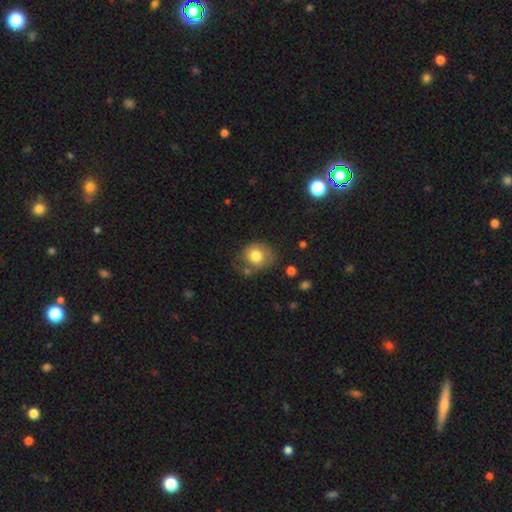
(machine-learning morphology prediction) A smooth galaxy with no disk features (78%) that is round (73%). Merging: none (61%).